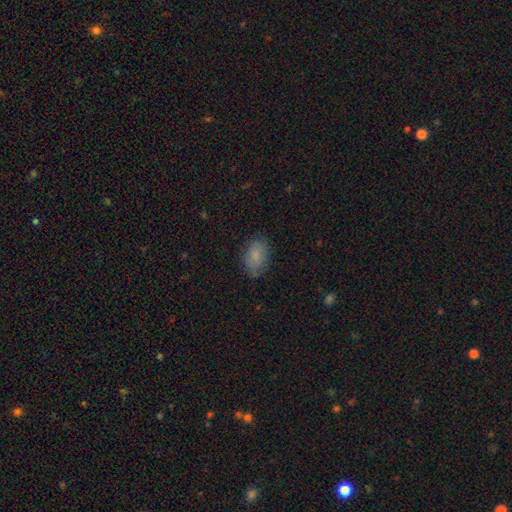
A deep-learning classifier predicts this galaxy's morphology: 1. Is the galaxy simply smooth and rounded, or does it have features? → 83% smooth, 10% featured or disk, 8% star or artifact.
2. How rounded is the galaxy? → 85% in between, 14% round, 1% cigar-shaped.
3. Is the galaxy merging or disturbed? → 77% none, 17% minor disturbance, 4% major disturbance, 1% merger.